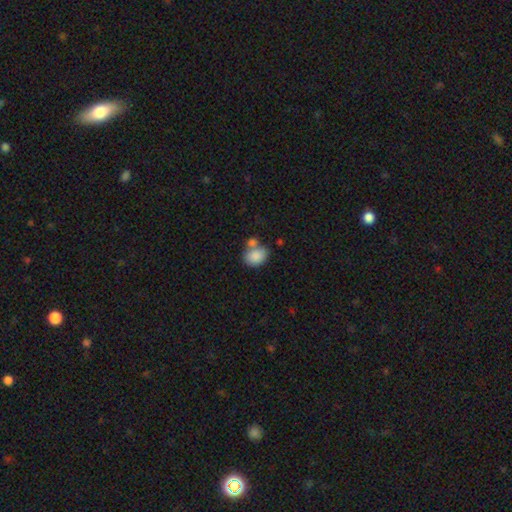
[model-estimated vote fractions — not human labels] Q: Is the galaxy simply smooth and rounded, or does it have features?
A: smooth — 85%.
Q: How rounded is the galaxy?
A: in between — 67%.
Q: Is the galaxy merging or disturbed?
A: none — 47%.